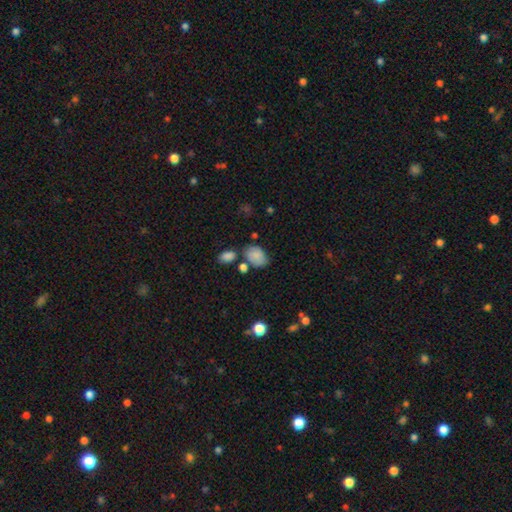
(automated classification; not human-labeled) A smooth galaxy with no disk features (83%) that is in between round and cigar-shaped (85%).

Vote fractions:
- Smooth or featured? smooth: 83% / featured or disk: 8% / star or artifact: 8%
- How rounded? in between: 85% / round: 13% / cigar-shaped: 1%
- Merging? none: 59% / minor disturbance: 19% / merger: 16% / major disturbance: 6%